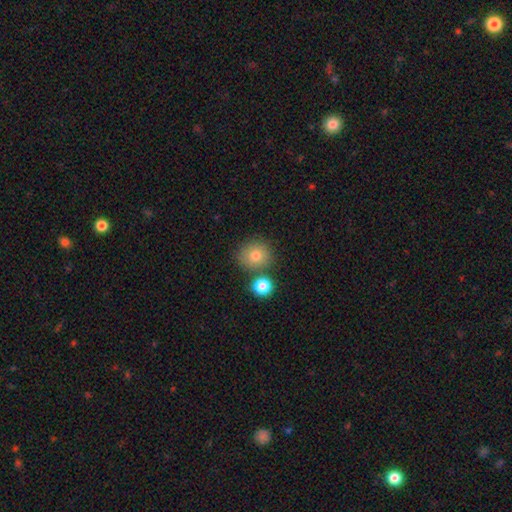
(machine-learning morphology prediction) smooth-or-featured: smooth: 79% | star or artifact: 12% | featured or disk: 9%
  how-rounded: round: 85% | in between: 14% | cigar-shaped: 1%
  merging: none: 71% | merger: 16% | minor disturbance: 10% | major disturbance: 3%